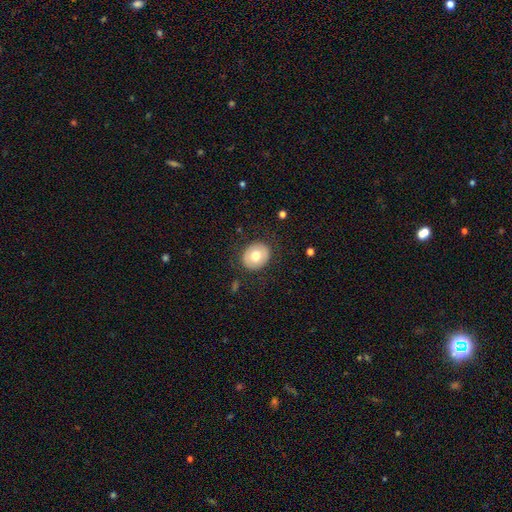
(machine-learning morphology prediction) Smooth or featured: smooth — 70% (featured or disk — 23%)
How rounded: round — 64% (in between — 36%)
Merging: none — 86% (minor disturbance — 10%)